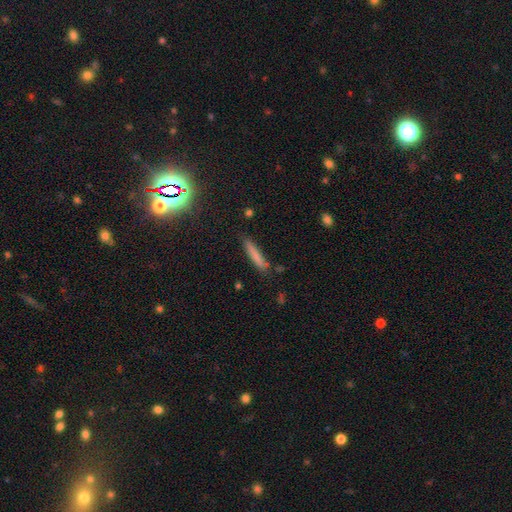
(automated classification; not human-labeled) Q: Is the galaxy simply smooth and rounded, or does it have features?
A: smooth — 76%.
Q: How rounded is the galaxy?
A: cigar-shaped — 91%.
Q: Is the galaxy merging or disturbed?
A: none — 81%.